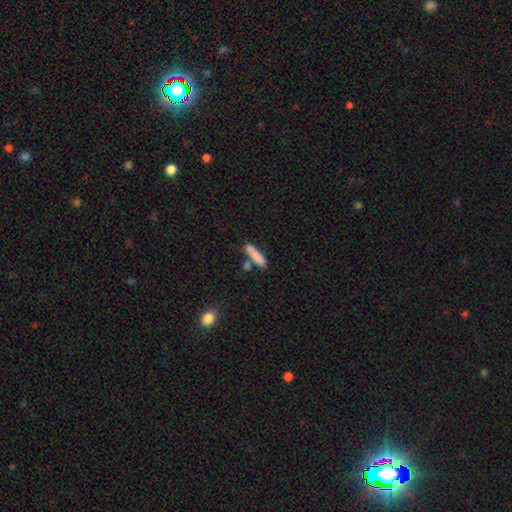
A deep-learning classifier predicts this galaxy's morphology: Smooth or featured?
  - smooth: 83% *
  - featured or disk: 10%
  - star or artifact: 7%
How rounded?
  - cigar-shaped: 80% *
  - in between: 17%
  - round: 2%
Merging?
  - none: 66% *
  - merger: 16%
  - minor disturbance: 14%
  - major disturbance: 4%